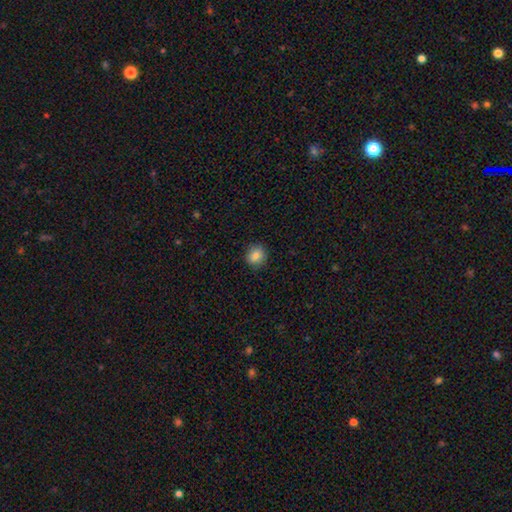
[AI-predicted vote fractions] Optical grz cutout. It shows a smooth galaxy with no disk features (85%) that is round (79%). Merging: none (89%).